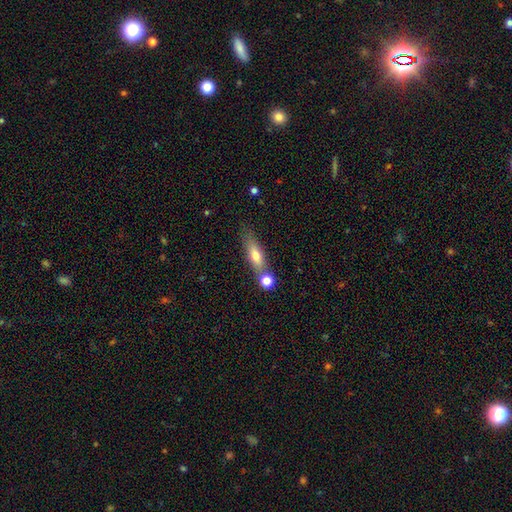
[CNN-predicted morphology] Overall: smooth (65%; featured or disk 27%). How rounded: cigar-shaped (55%; in between 40%). Merging: none (56%; merger 26%).